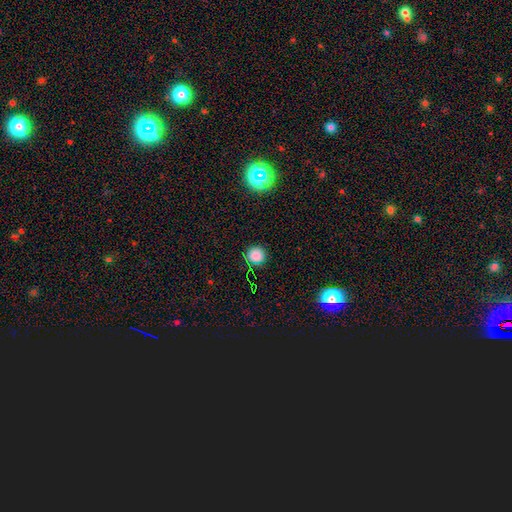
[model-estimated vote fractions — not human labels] This appears to be a smooth galaxy with no disk features (77%) that is round (92%). Merging: none (87%).